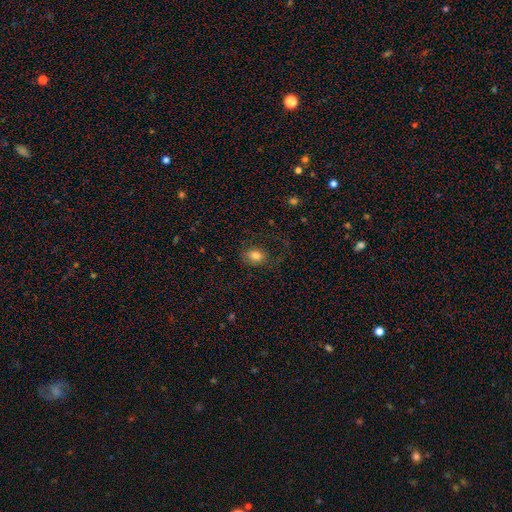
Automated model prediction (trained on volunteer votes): Smooth or featured: smooth — 79% (featured or disk — 11%)
How rounded: in between — 66% (round — 33%)
Merging: none — 67% (minor disturbance — 16%)